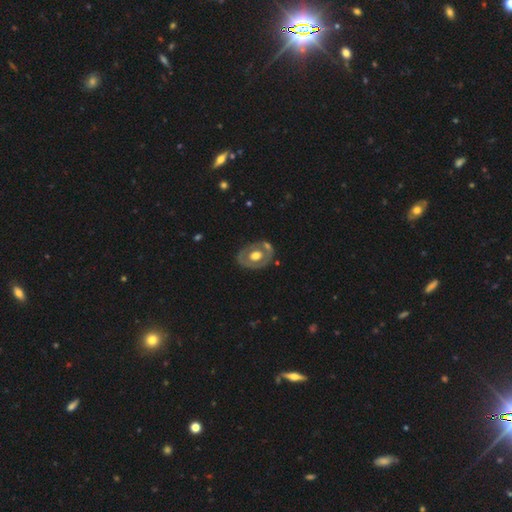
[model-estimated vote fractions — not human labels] Smooth or featured?
  - featured or disk: 57% *
  - smooth: 38%
  - star or artifact: 5%
Edge-on disk?
  - no: 92% *
  - yes: 8%
Bar?
  - no: 85% *
  - weak: 12%
  - strong: 4%
Spiral arms?
  - no: 85% *
  - yes: 15%
Bulge size?
  - moderate: 56% *
  - large: 38%
  - small: 4%
  - dominant: 2%
  - none: 1%
Merging?
  - none: 72% *
  - minor disturbance: 16%
  - merger: 6%
  - major disturbance: 6%